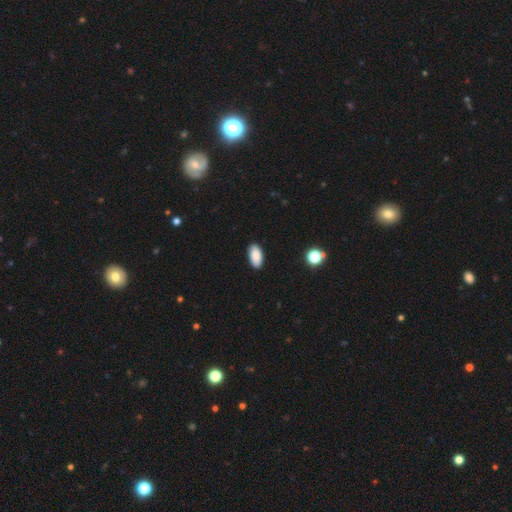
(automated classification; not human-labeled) This is clearly a smooth galaxy (88%). How rounded: clearly in between (94%). Merging: clearly none (90%).